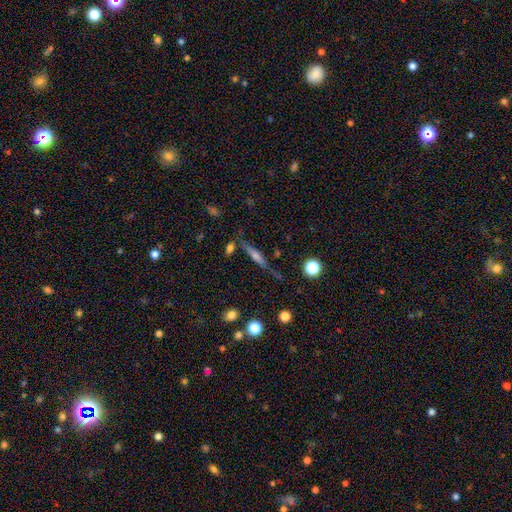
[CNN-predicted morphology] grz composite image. It shows a featured or disk galaxy (61%) viewed edge-on (94%) with a rounded central bulge (63%). Merging: none (77%).